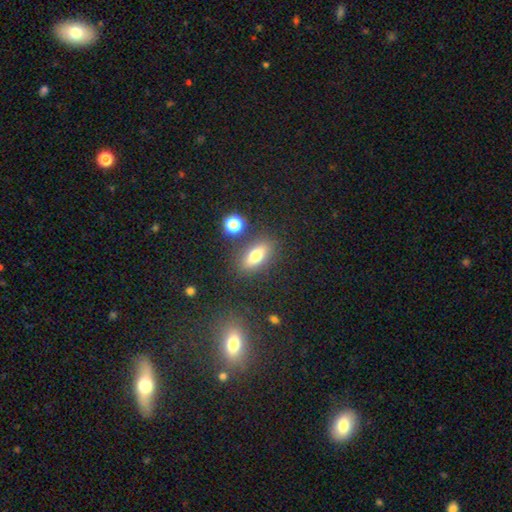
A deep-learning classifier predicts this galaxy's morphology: Smooth or featured?
  - smooth: 69% *
  - featured or disk: 19%
  - star or artifact: 12%
How rounded?
  - in between: 73% *
  - cigar-shaped: 18%
  - round: 9%
Merging?
  - none: 81% *
  - minor disturbance: 11%
  - merger: 5%
  - major disturbance: 4%